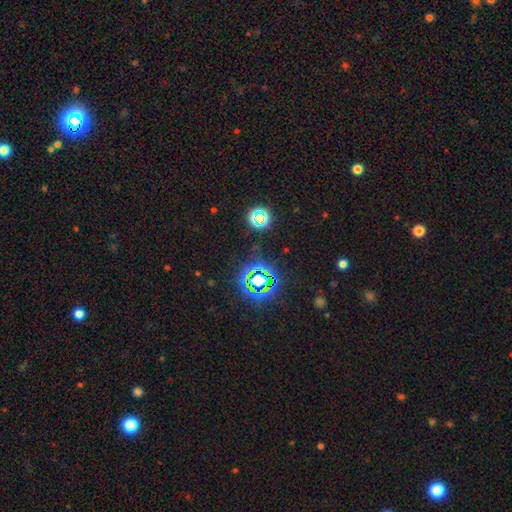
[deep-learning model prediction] Smooth or featured?
  - star or artifact: 76% *
  - smooth: 16%
  - featured or disk: 8%